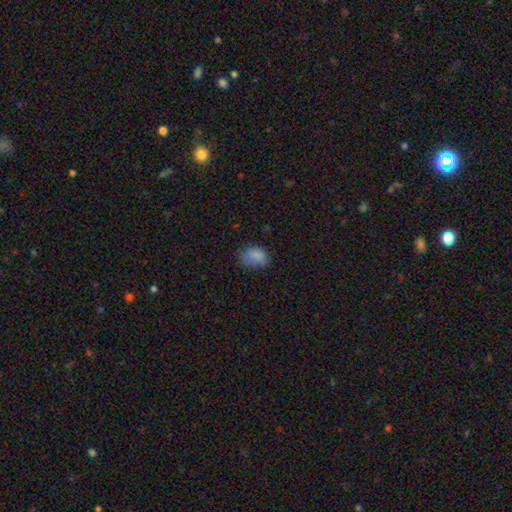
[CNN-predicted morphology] Q: Smooth or featured?
A: smooth (82%); runner-up: star or artifact (10%)
Q: How rounded?
A: in between (81%); runner-up: round (18%)
Q: Merging?
A: none (60%); runner-up: minor disturbance (29%)